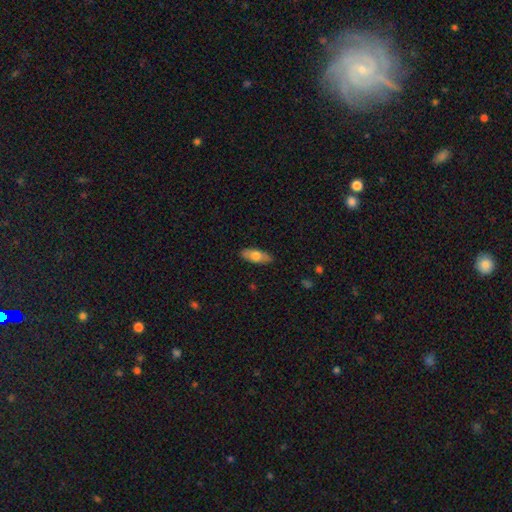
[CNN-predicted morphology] A smooth galaxy with no disk features (67%) that is in between round and cigar-shaped (76%). Merging: none (88%).